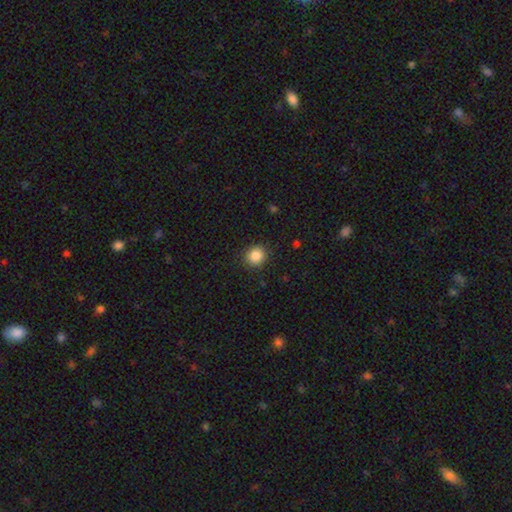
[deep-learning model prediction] Q: Smooth or featured?
A: smooth (86%); runner-up: star or artifact (10%)
Q: How rounded?
A: round (88%); runner-up: in between (12%)
Q: Merging?
A: none (89%); runner-up: minor disturbance (7%)